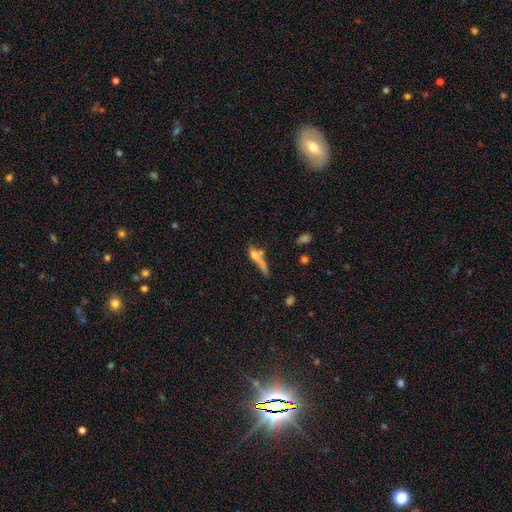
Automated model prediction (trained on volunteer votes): This is possibly a smooth galaxy (56%). How rounded: likely cigar-shaped (71%). Merging: marginally none (37%).